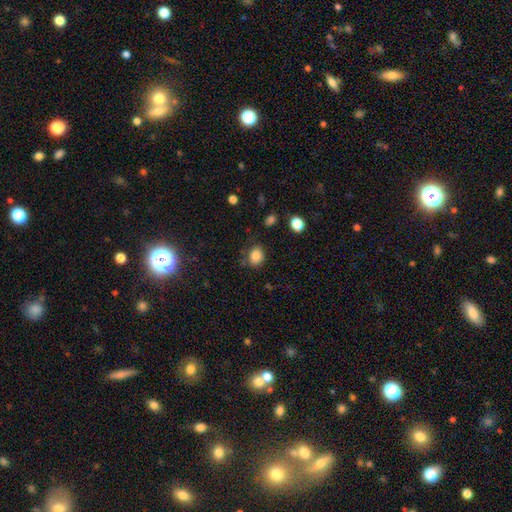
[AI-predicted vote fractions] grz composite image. It shows a smooth galaxy with no disk features (84%) that is round (51%). Merging: none (71%).